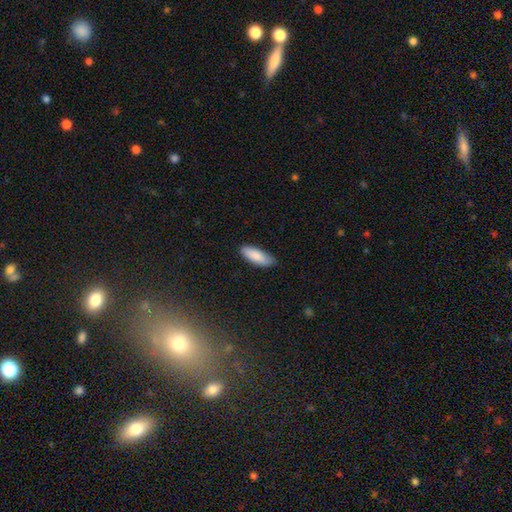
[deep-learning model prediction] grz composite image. It shows a smooth galaxy with no disk features (87%) that is in between round and cigar-shaped (64%). Merging: none (81%).